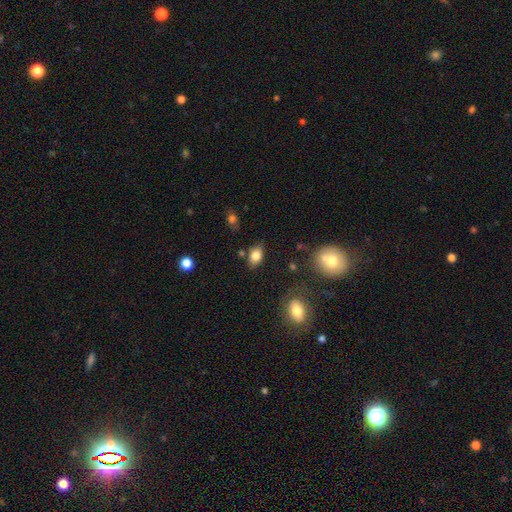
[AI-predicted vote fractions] The model was most divided on "merging": none: 77%, minor disturbance: 15%, merger: 4%, major disturbance: 4%. More confident: how rounded — in between (84%); smooth or featured — smooth (80%).